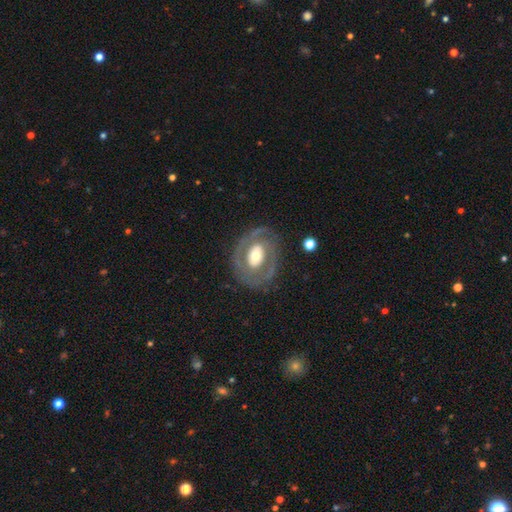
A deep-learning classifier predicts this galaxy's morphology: Smooth or featured? Predicted: featured or disk (p=0.69). Edge-on disk? Predicted: no (p=0.95). Bar? Predicted: no (p=0.67). Spiral arms? Predicted: no (p=0.55). Bulge size? Predicted: moderate (p=0.58). Merging? Predicted: none (p=0.74).